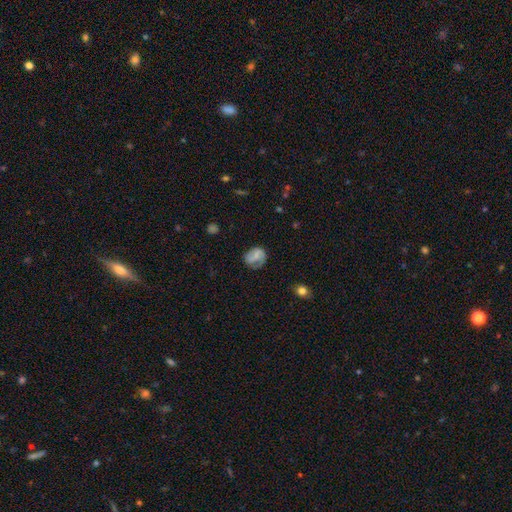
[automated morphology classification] smooth 47%, featured or disk 44%, star or artifact 9%. Down the decision tree: merging — none (53%).